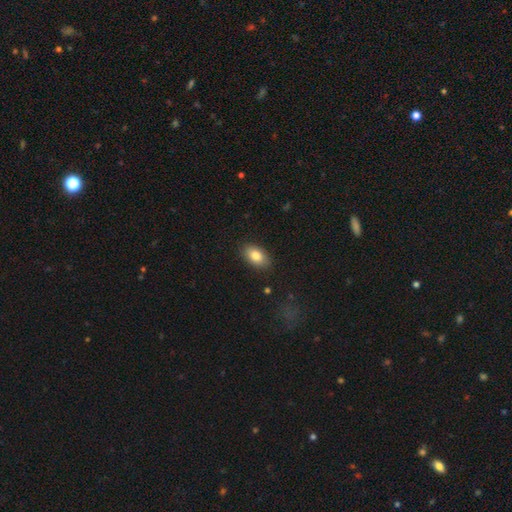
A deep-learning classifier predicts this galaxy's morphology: smooth-or-featured: smooth: 83% | featured or disk: 10% | star or artifact: 7%
  how-rounded: in between: 92% | round: 6% | cigar-shaped: 2%
  merging: none: 87% | minor disturbance: 9% | major disturbance: 2% | merger: 1%